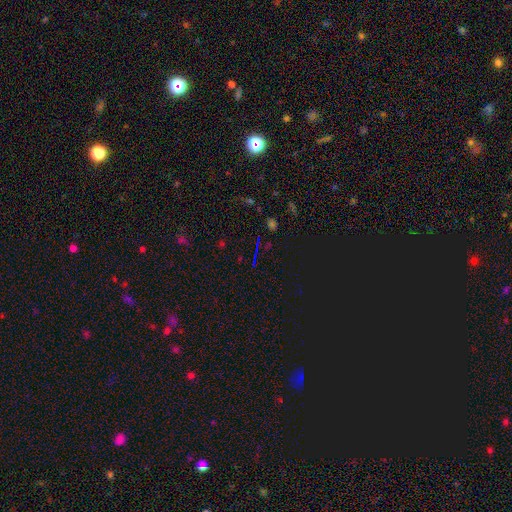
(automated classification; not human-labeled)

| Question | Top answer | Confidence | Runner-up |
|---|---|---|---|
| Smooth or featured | star or artifact | 74% | smooth (15%) |